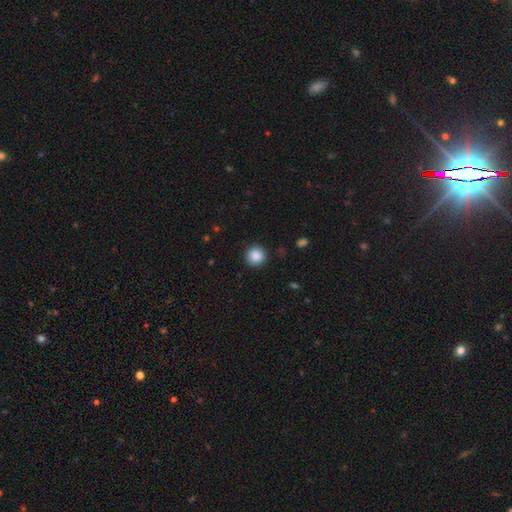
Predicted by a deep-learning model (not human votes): Morphology: type=smooth (88%); roundness=round (94%); merging=none (91%).